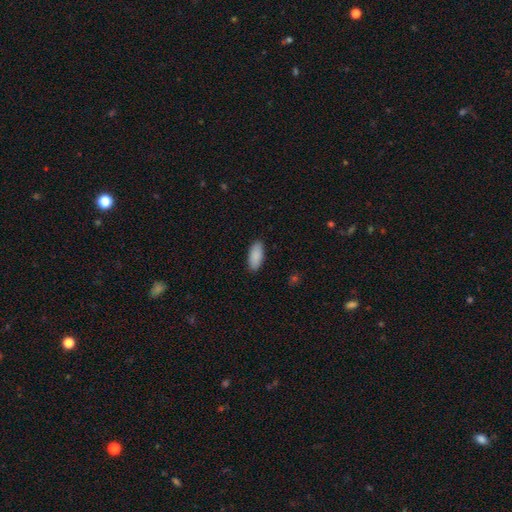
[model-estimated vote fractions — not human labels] smooth_or_featured: smooth (p=0.90) [alt: star or artifact p=0.06]
how_rounded: in between (p=0.87) [alt: cigar-shaped p=0.11]
merging: none (p=0.89) [alt: minor disturbance p=0.08]